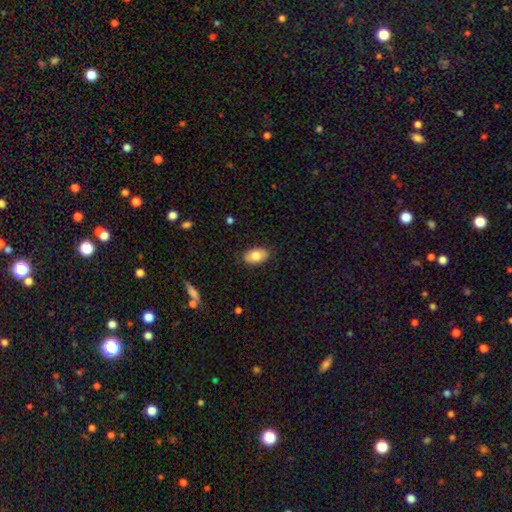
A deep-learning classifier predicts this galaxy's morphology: smooth_or_featured: smooth (p=0.79) [alt: featured or disk p=0.14]
how_rounded: in between (p=0.92) [alt: round p=0.07]
merging: none (p=0.86) [alt: minor disturbance p=0.10]